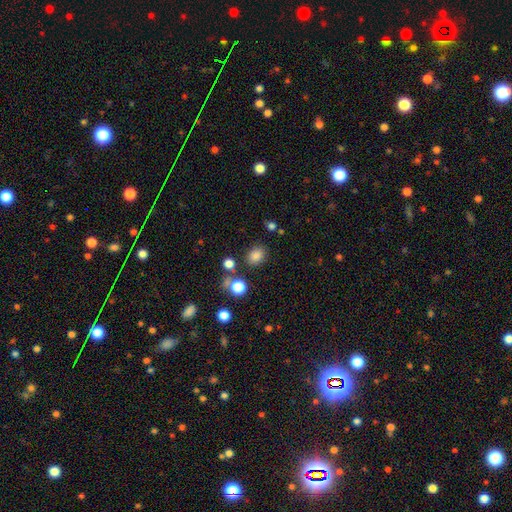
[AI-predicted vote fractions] Morphology: type=smooth (82%); roundness=in between (55%); merging=none (80%).